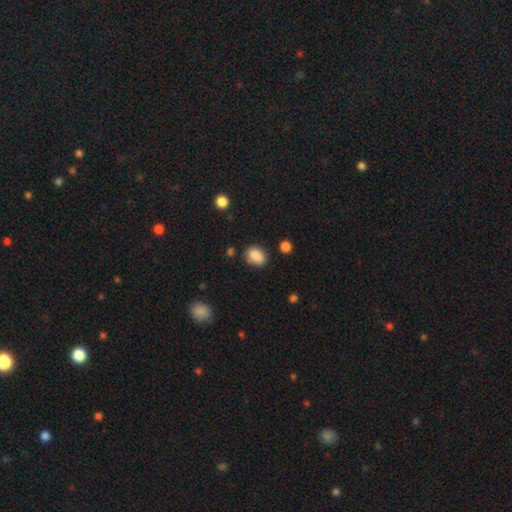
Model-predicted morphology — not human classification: Smooth or featured: smooth — 86% (star or artifact — 9%)
How rounded: in between — 73% (round — 25%)
Merging: none — 75% (minor disturbance — 17%)